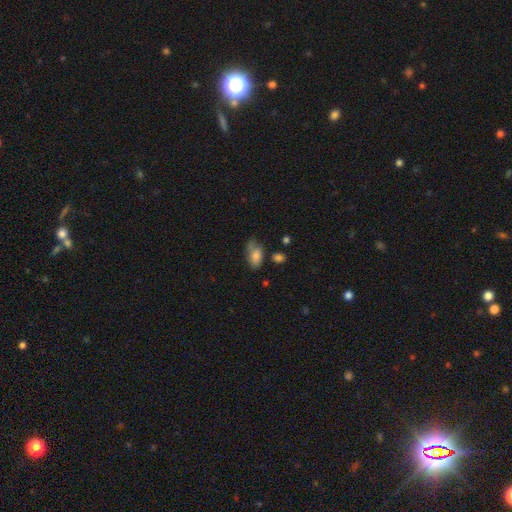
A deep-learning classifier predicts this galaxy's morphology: Smooth or featured?
  - smooth: 76% *
  - featured or disk: 16%
  - star or artifact: 8%
How rounded?
  - in between: 90% *
  - round: 7%
  - cigar-shaped: 3%
Merging?
  - none: 45% *
  - minor disturbance: 34%
  - major disturbance: 14%
  - merger: 6%